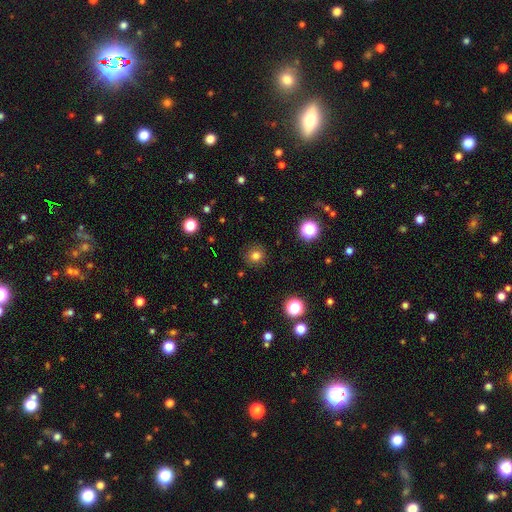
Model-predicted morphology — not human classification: This is likely a smooth galaxy (77%). How rounded: clearly round (91%). Merging: clearly none (89%).